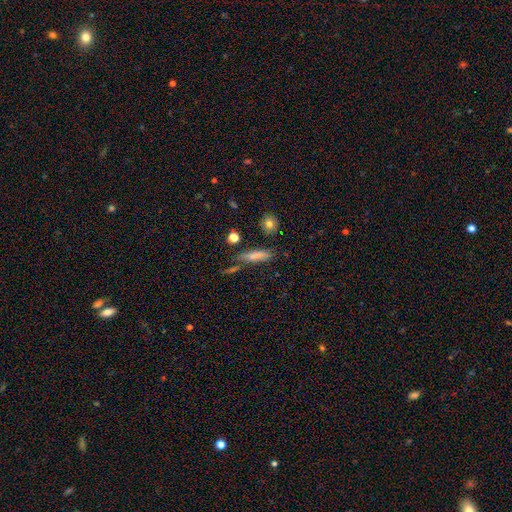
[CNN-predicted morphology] Q: Smooth or featured?
A: smooth (74%); runner-up: featured or disk (16%)
Q: How rounded?
A: cigar-shaped (72%); runner-up: in between (24%)
Q: Merging?
A: none (67%); runner-up: minor disturbance (18%)